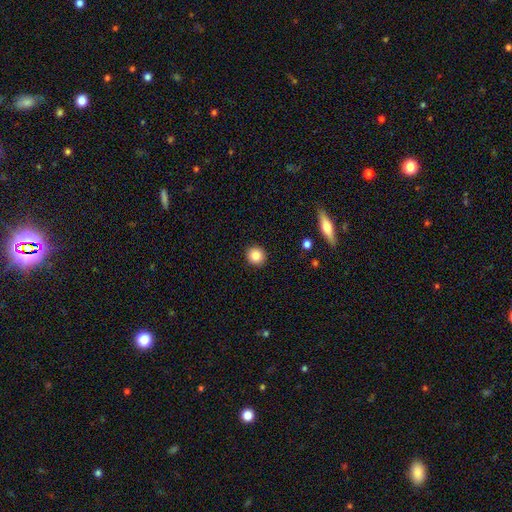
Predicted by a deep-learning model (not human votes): Morphology: type=smooth (85%); roundness=round (89%); merging=none (92%).